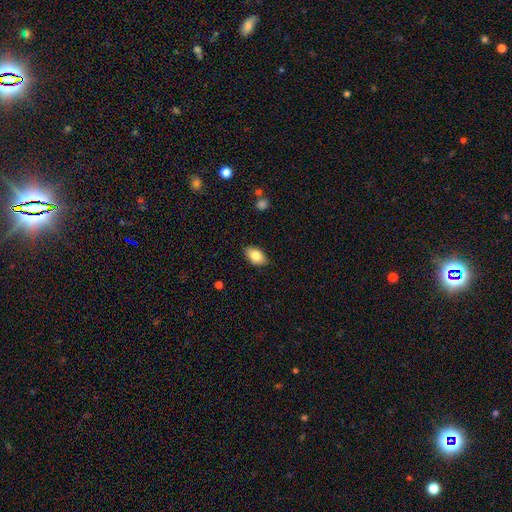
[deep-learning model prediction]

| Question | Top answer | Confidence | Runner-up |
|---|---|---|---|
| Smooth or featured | smooth | 83% | featured or disk (10%) |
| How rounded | in between | 92% | round (6%) |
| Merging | none | 86% | minor disturbance (11%) |